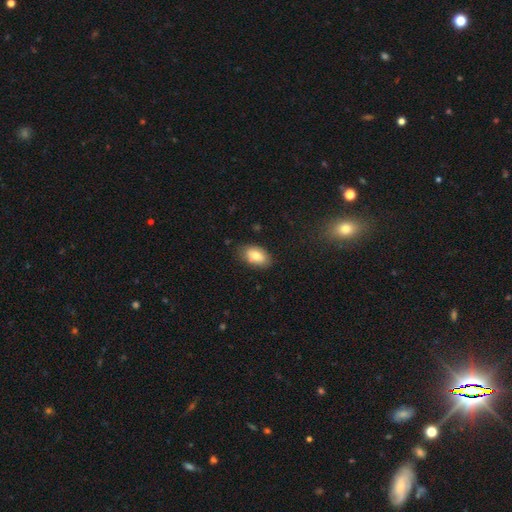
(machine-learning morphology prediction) smooth 75%, featured or disk 17%, star or artifact 8%. Down the decision tree: how rounded — in between (93%); merging — none (79%).